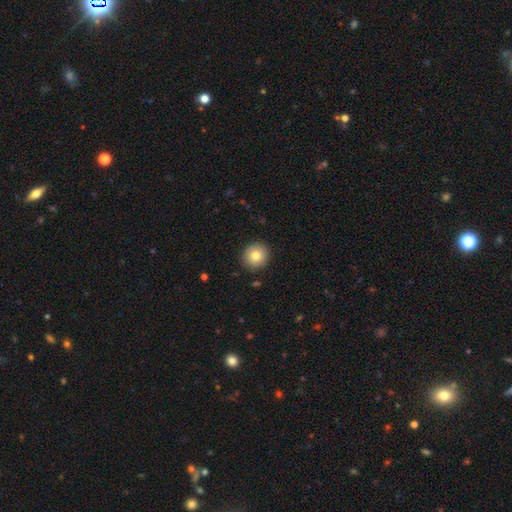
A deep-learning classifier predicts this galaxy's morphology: This appears to be a smooth galaxy with no disk features (81%) that is round (92%). Merging: none (91%).